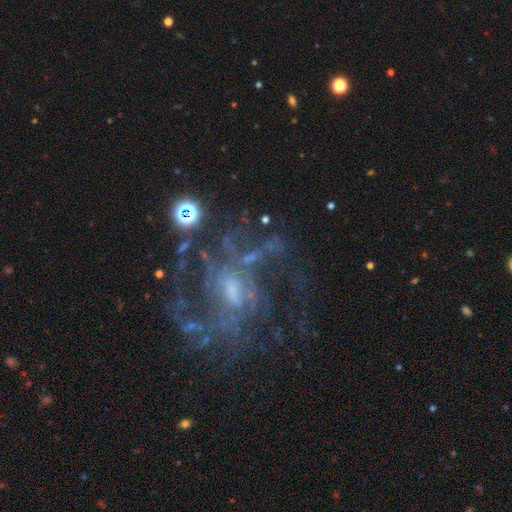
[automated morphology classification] smooth_or_featured: featured or disk (p=0.79) [alt: star or artifact p=0.14]
disk_edge_on: no (p=0.97) [alt: yes p=0.03]
bar: weak (p=0.45) [alt: no p=0.44]
has_spiral_arms: yes (p=0.82) [alt: no p=0.18]
spiral_winding: medium (p=0.45) [alt: loose p=0.29]
spiral_arm_count: can't tell (p=0.40) [alt: 2 p=0.19]
bulge_size: small (p=0.46) [alt: moderate p=0.35]
merging: none (p=0.52) [alt: major disturbance p=0.28]